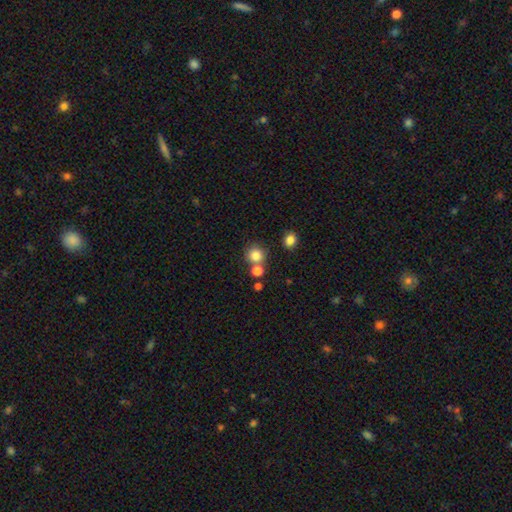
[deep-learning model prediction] This appears to be a smooth galaxy with no disk features (82%) that is round (90%). Merging: none (67%).